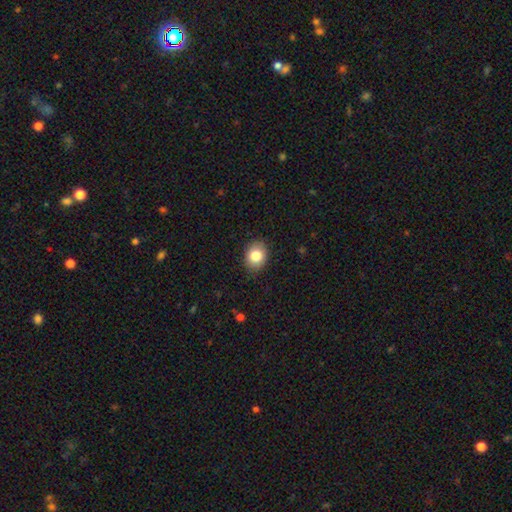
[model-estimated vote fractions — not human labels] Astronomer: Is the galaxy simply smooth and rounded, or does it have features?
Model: smooth — 83%.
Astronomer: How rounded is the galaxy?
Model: round — 52% (runner-up: in between, 48%).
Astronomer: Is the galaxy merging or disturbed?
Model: none — 87%.